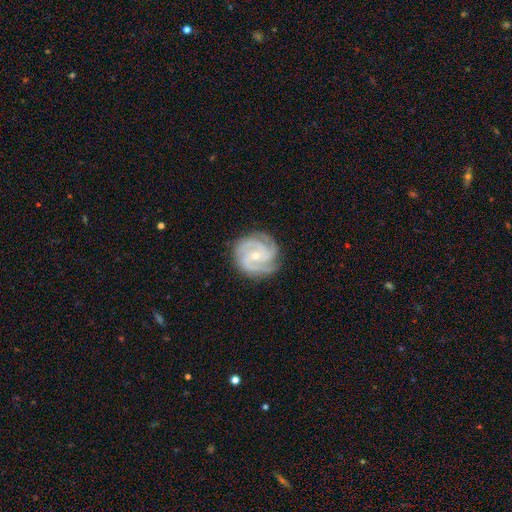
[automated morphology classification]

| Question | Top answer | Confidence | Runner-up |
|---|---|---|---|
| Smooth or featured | featured or disk | 91% | smooth (5%) |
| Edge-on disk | no | 98% | yes (2%) |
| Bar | no | 60% | weak (31%) |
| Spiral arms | yes | 99% | no (1%) |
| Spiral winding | tight | 62% | medium (34%) |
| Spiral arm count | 3 | 65% | 4 (17%) |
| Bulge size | small | 66% | moderate (32%) |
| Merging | none | 82% | minor disturbance (13%) |